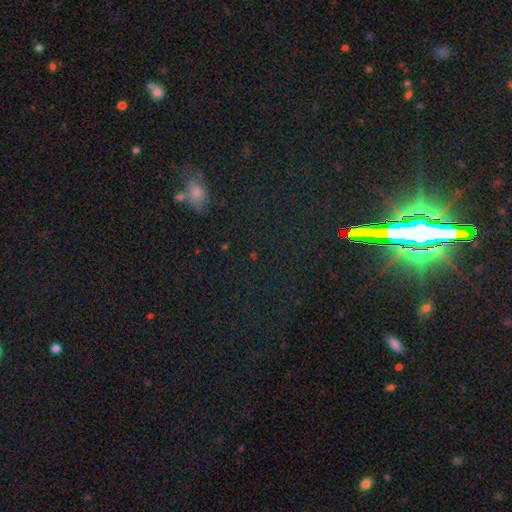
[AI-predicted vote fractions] Q: Smooth or featured?
A: star or artifact (70%); runner-up: smooth (17%)